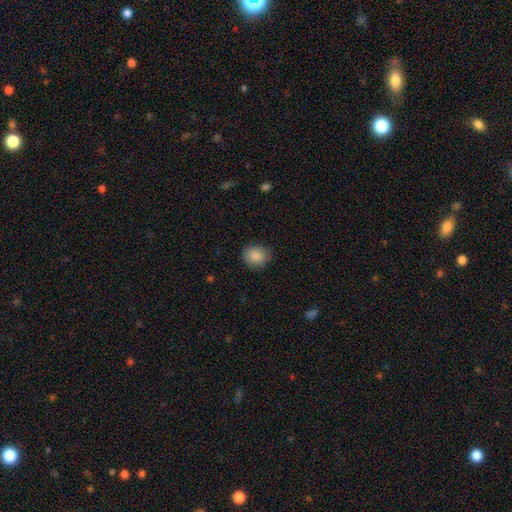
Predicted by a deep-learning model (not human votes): The model was most divided on "how rounded": round: 72%, in between: 27%, cigar-shaped: 1%. More confident: smooth or featured — smooth (88%); merging — none (82%).